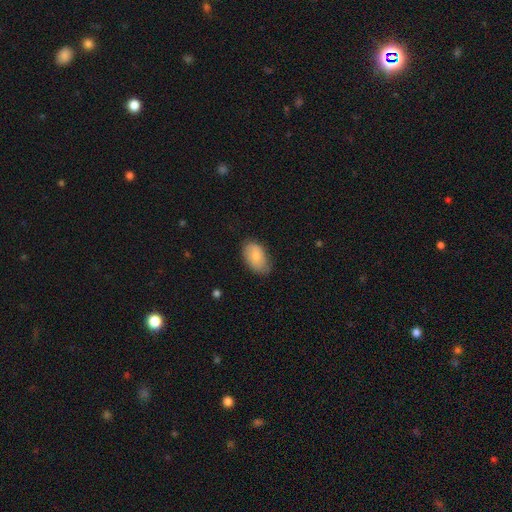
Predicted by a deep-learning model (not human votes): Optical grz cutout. It shows a smooth galaxy with no disk features (77%) that is in between round and cigar-shaped (93%). Merging: none (72%).